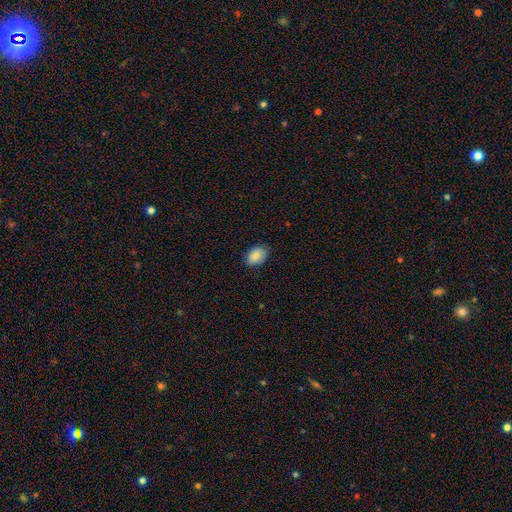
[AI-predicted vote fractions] A smooth galaxy with no disk features (87%) that is in between round and cigar-shaped (87%).

Vote fractions:
- Smooth or featured? smooth: 87% / star or artifact: 7% / featured or disk: 6%
- How rounded? in between: 87% / round: 12% / cigar-shaped: 1%
- Merging? none: 84% / minor disturbance: 12% / major disturbance: 2% / merger: 1%